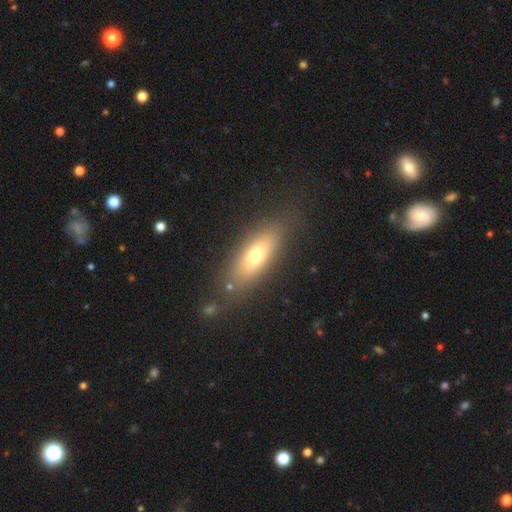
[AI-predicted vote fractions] smooth-or-featured: smooth: 66% | featured or disk: 25% | star or artifact: 9%
  how-rounded: in between: 67% | cigar-shaped: 30% | round: 4%
  merging: none: 78% | minor disturbance: 13% | major disturbance: 5% | merger: 3%